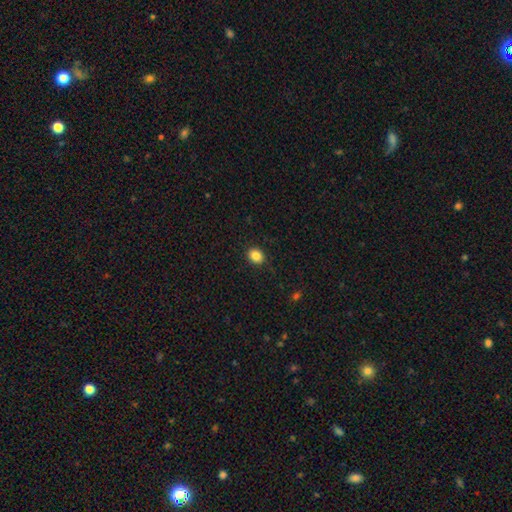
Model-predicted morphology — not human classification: This appears to be a smooth galaxy with no disk features (85%) that is round (68%). Merging: none (88%).